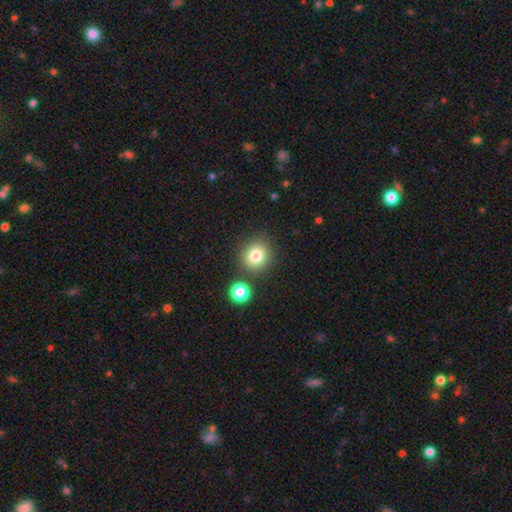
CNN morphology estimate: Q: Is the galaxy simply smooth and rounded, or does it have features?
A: smooth — 80%.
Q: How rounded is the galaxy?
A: round — 86%.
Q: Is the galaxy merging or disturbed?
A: none — 80%.